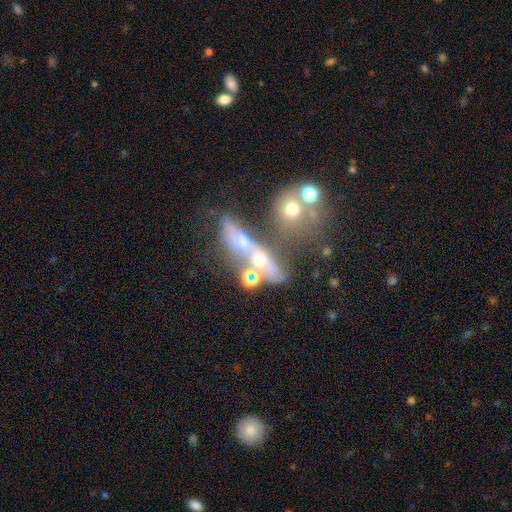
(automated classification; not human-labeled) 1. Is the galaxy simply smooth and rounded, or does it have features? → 54% featured or disk, 29% smooth, 17% star or artifact.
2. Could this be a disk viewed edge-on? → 63% no, 37% yes.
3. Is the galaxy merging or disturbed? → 52% merger, 24% none, 13% major disturbance, 11% minor disturbance.